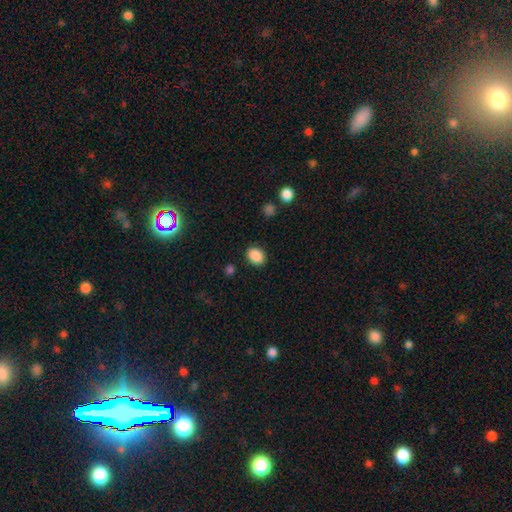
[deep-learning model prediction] smooth-or-featured: smooth: 88% | star or artifact: 9% | featured or disk: 3%
  how-rounded: in between: 55% | round: 44% | cigar-shaped: 1%
  merging: none: 87% | minor disturbance: 9% | major disturbance: 3% | merger: 2%